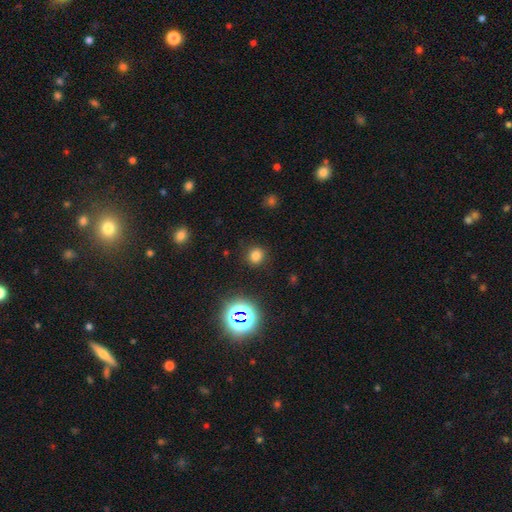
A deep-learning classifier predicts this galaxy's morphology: Q: Smooth or featured?
A: smooth (75%); runner-up: star or artifact (20%)
Q: How rounded?
A: round (84%); runner-up: in between (15%)
Q: Merging?
A: none (87%); runner-up: minor disturbance (8%)